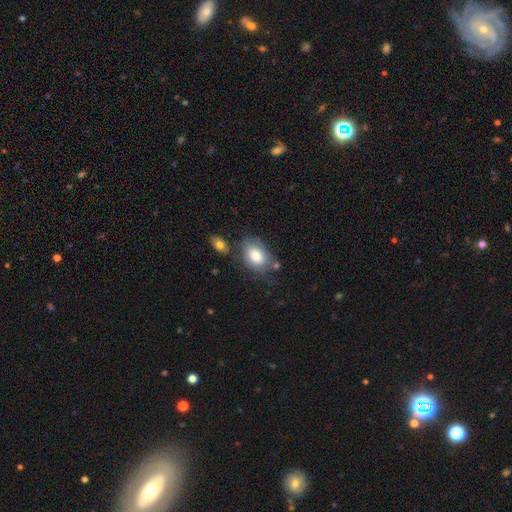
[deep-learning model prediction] This appears to be a smooth galaxy with no disk features (77%) that is in between round and cigar-shaped (84%). Merging: none (57%).